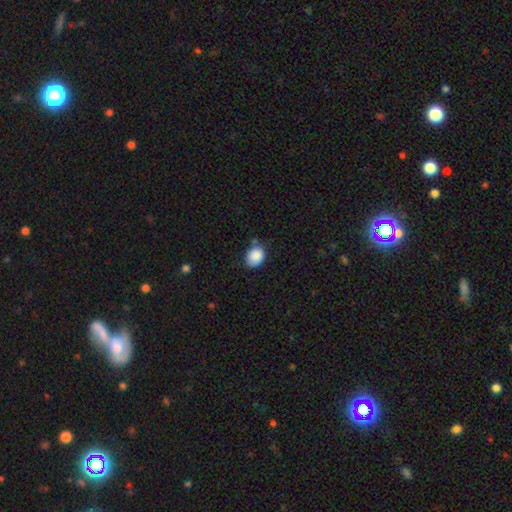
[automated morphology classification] Overall: smooth (88%). How rounded: in between (54%; round 45%). Merging: none (67%).